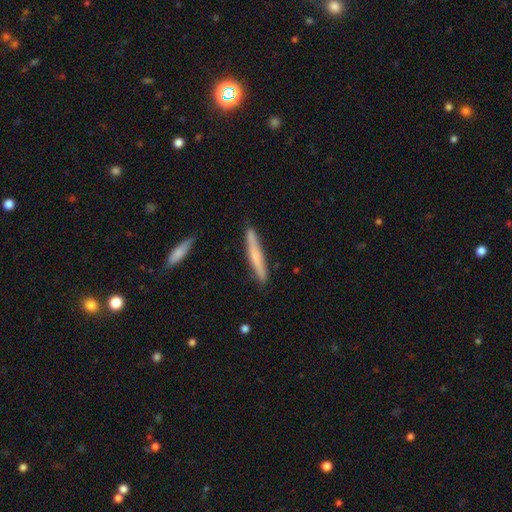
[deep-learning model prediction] smooth-or-featured: smooth: 59% | featured or disk: 35% | star or artifact: 6%
  how-rounded: cigar-shaped: 95% | in between: 3% | round: 1%
  merging: none: 87% | minor disturbance: 10% | merger: 2% | major disturbance: 2%